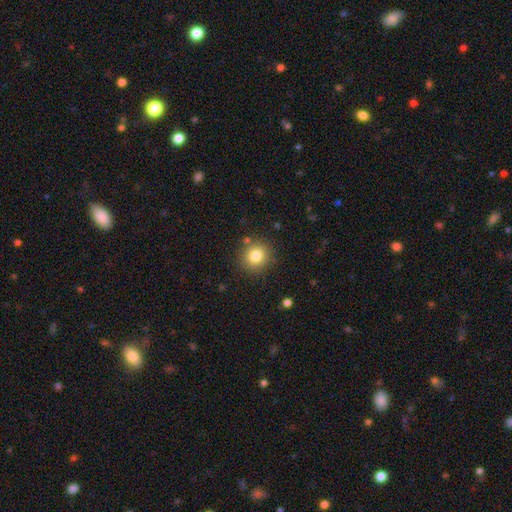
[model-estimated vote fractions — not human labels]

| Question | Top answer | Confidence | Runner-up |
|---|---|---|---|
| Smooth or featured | smooth | 81% | star or artifact (11%) |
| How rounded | round | 89% | in between (10%) |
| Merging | none | 86% | minor disturbance (8%) |